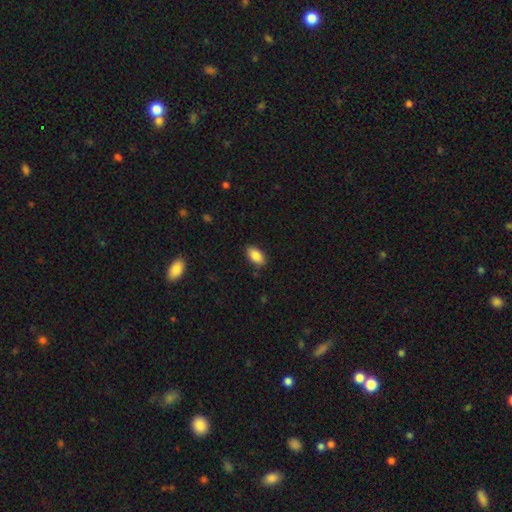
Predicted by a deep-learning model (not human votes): This appears to be a smooth galaxy with no disk features (87%) that is in between round and cigar-shaped (93%). Merging: none (85%).